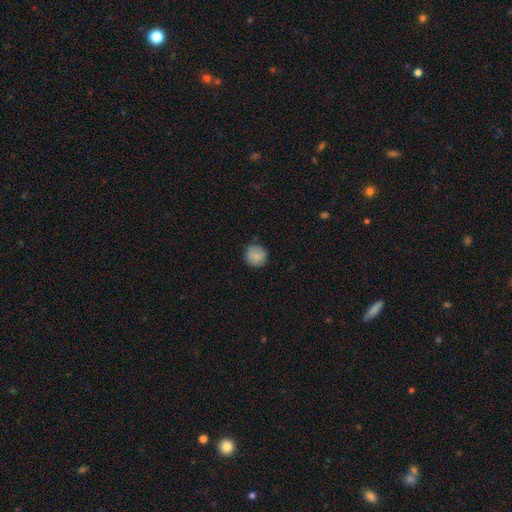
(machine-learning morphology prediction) This appears to be a smooth galaxy with no disk features (84%) that is round (91%). Merging: none (85%).